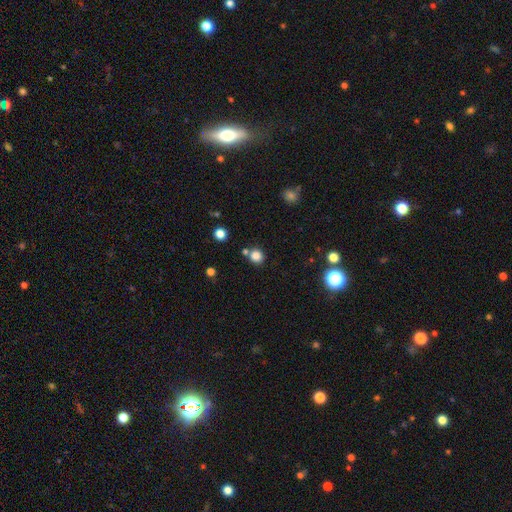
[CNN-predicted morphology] type=smooth (82%); roundness=round (87%); merging=none (73%).